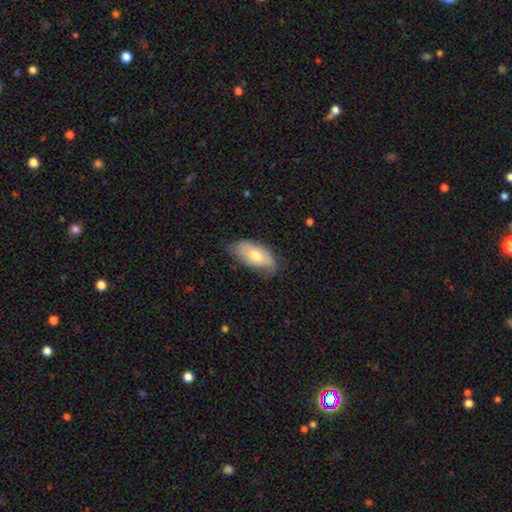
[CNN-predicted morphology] A smooth galaxy with no disk features (60%) that is in between round and cigar-shaped (91%). Merging: none (60%).